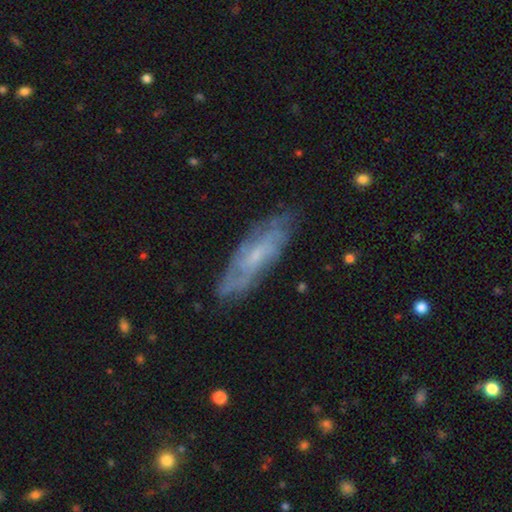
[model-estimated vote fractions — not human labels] Smooth or featured?
  - featured or disk: 69% *
  - smooth: 24%
  - star or artifact: 7%
Edge-on disk?
  - no: 75% *
  - yes: 25%
Bar?
  - no: 59% *
  - weak: 34%
  - strong: 6%
Spiral arms?
  - yes: 85% *
  - no: 15%
Bulge size?
  - small: 67% *
  - moderate: 21%
  - none: 10%
  - large: 1%
  - dominant: 1%
Merging?
  - none: 77% *
  - minor disturbance: 17%
  - major disturbance: 4%
  - merger: 1%